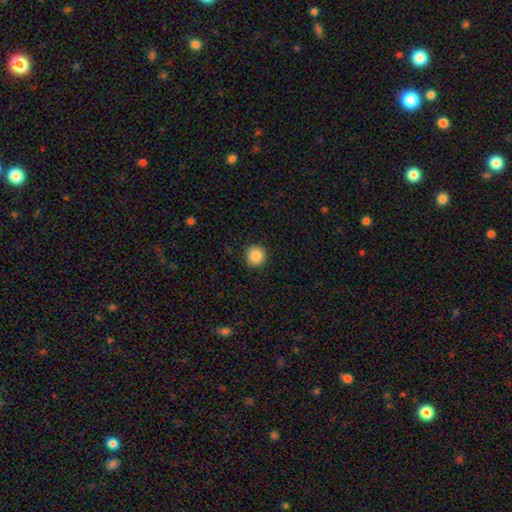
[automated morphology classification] Overall: smooth (87%). How rounded: round (95%). Merging: none (92%).